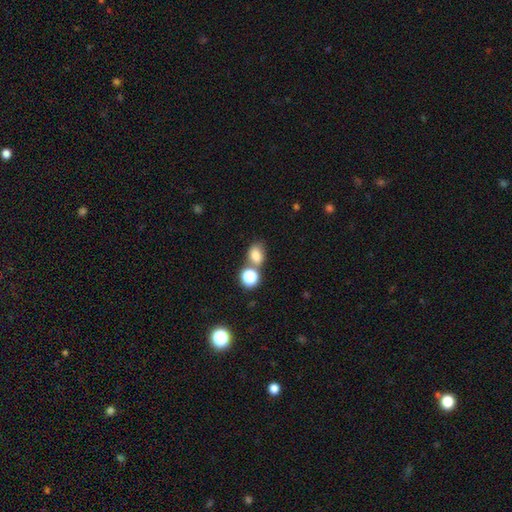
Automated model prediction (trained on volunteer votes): Morphology: type=smooth (78%); roundness=in between (64%); merging=none (53%).